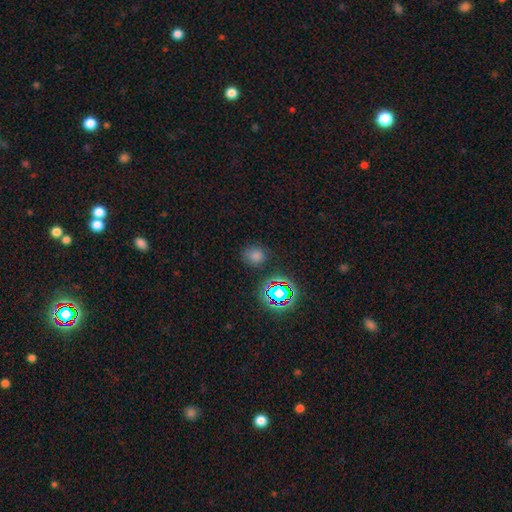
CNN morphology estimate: smooth 56%, star or artifact 36%, featured or disk 7%. Down the decision tree: how rounded — round (72%); merging — none (81%).